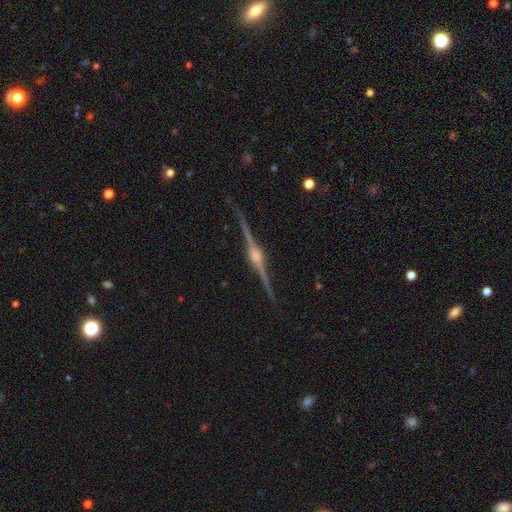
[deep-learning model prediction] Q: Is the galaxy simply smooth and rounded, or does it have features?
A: featured or disk — 91%.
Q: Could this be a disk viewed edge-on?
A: yes — 99%.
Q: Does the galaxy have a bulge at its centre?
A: rounded — 91%.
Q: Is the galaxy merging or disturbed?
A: none — 90%.